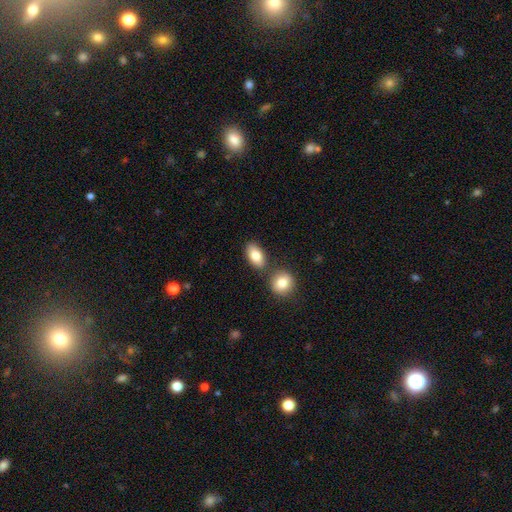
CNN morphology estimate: Smooth or featured? Predicted: smooth (p=0.82). How rounded? Predicted: in between (p=0.88). Merging? Predicted: none (p=0.70).